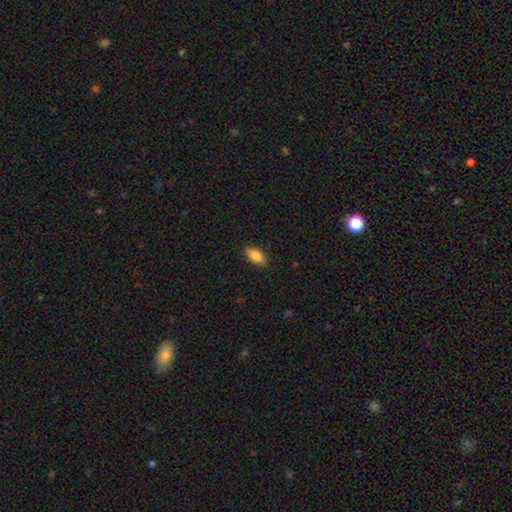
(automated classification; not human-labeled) A smooth galaxy with no disk features (84%) that is in between round and cigar-shaped (87%).

Vote fractions:
- Smooth or featured? smooth: 84% / featured or disk: 9% / star or artifact: 7%
- How rounded? in between: 87% / cigar-shaped: 10% / round: 3%
- Merging? none: 87% / minor disturbance: 10% / major disturbance: 2% / merger: 1%